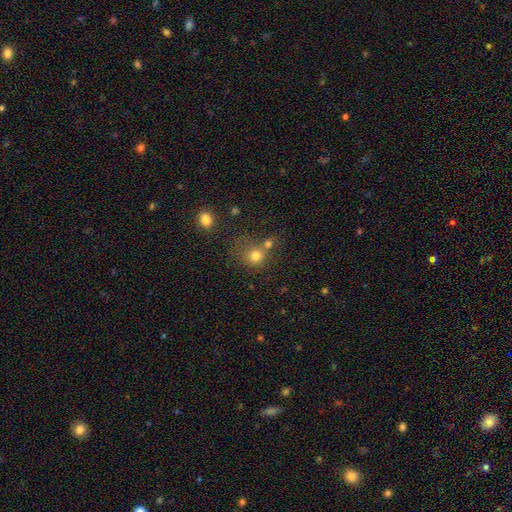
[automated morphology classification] This appears to be a smooth galaxy with no disk features (76%) that is round (82%). Merging: none (47%).